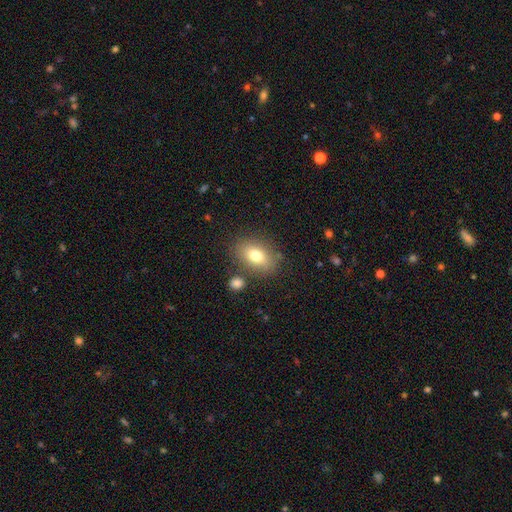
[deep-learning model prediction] smooth 77%, featured or disk 14%, star or artifact 9%. Down the decision tree: how rounded — in between (83%); merging — none (78%).